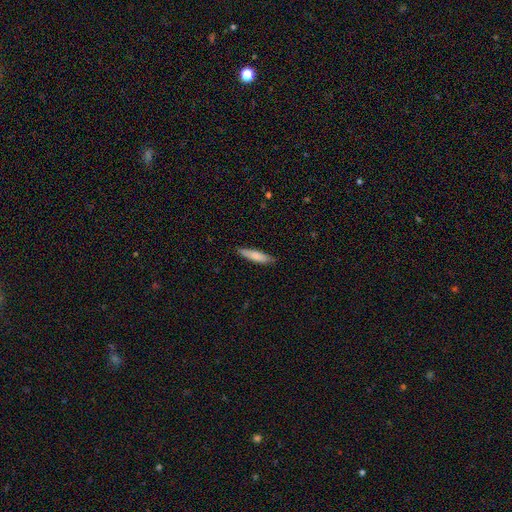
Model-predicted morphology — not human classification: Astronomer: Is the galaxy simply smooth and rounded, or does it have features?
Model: smooth — 78%.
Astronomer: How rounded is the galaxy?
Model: cigar-shaped — 77%.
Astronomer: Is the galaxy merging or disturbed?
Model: none — 83%.